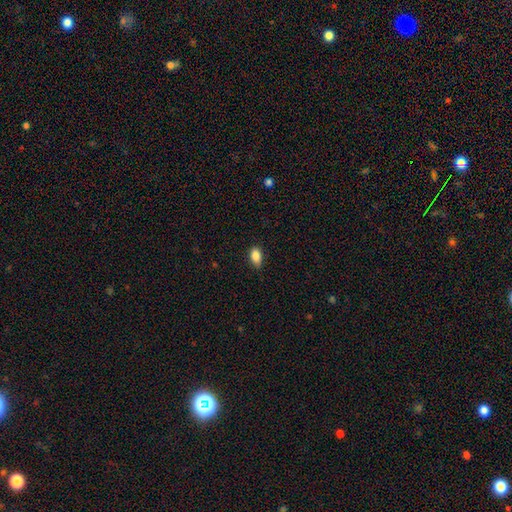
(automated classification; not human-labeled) This appears to be a smooth galaxy with no disk features (87%) that is in between round and cigar-shaped (88%). Merging: none (80%).